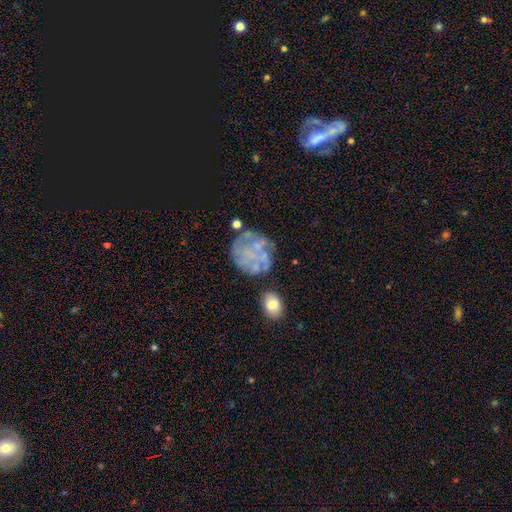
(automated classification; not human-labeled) Morphology: type=featured or disk (57%); edge-on=no (97%); bar=no (87%); spiral arms=no (65%); bulge=none (67%); merging=none (55%).